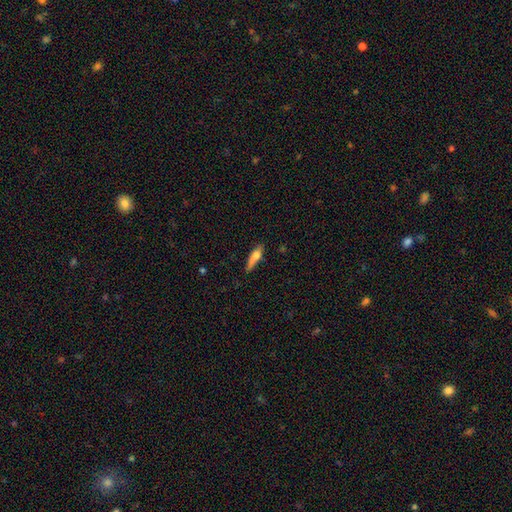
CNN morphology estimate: Overall: smooth (59%; featured or disk 35%). How rounded: cigar-shaped (69%). Merging: none (61%; minor disturbance 27%).